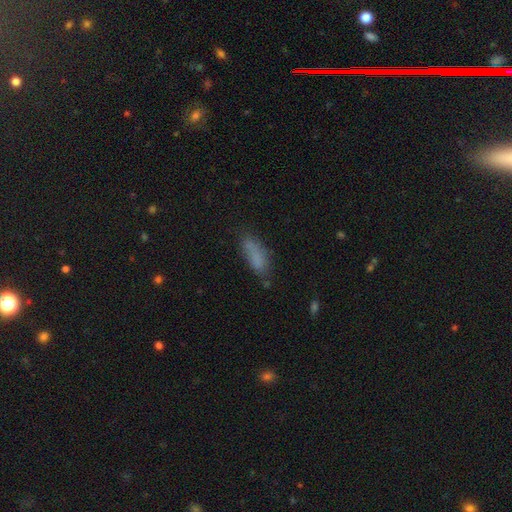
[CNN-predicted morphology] smooth 77%, featured or disk 13%, star or artifact 11%. Down the decision tree: how rounded — in between (67%); merging — none (57%).